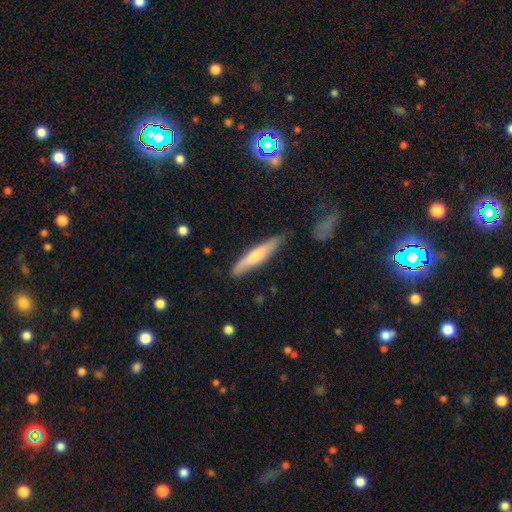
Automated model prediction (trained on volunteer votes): Overall: smooth (57%; featured or disk 38%). How rounded: cigar-shaped (88%). Merging: none (78%).